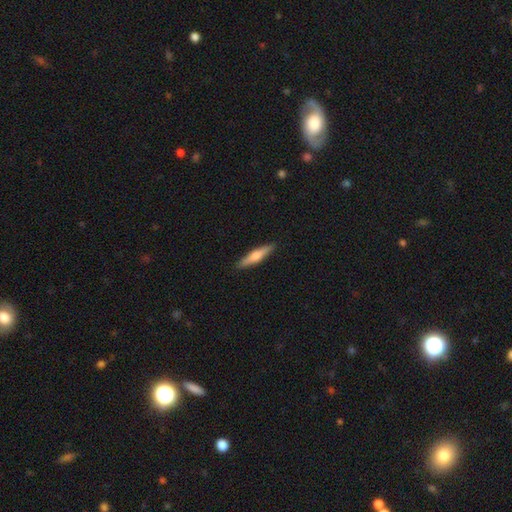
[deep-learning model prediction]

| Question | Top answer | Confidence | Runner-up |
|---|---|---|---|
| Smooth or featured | smooth | 52% | featured or disk (42%) |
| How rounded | cigar-shaped | 85% | in between (14%) |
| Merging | none | 91% | minor disturbance (7%) |